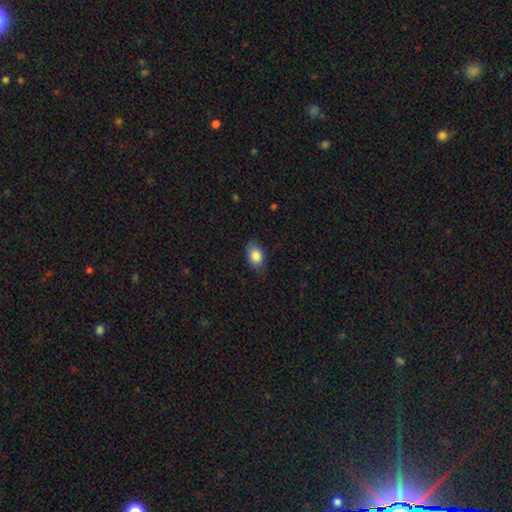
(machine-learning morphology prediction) The model was most divided on "merging": none: 75%, minor disturbance: 20%, major disturbance: 4%, merger: 1%. More confident: smooth or featured — smooth (83%); how rounded — in between (81%).